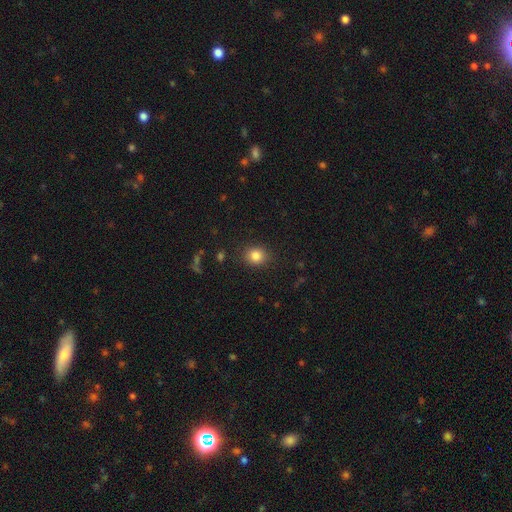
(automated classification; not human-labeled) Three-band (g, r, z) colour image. It shows a smooth galaxy with no disk features (83%) that is round (71%). Merging: none (87%).